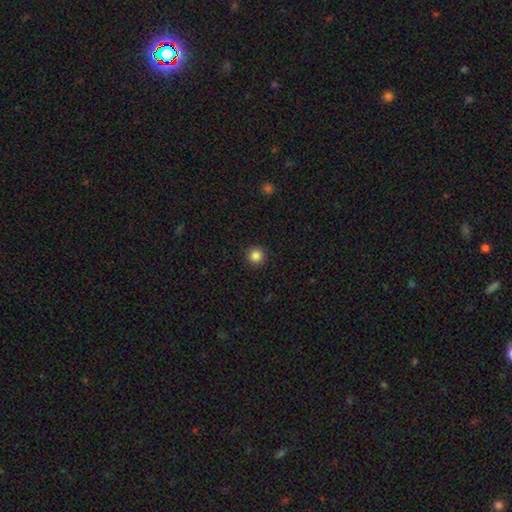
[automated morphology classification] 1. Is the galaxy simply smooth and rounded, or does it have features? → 85% smooth, 11% star or artifact, 3% featured or disk.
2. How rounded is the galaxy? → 96% round, 4% in between, 1% cigar-shaped.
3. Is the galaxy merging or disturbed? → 93% none, 5% minor disturbance, 2% major disturbance, 1% merger.